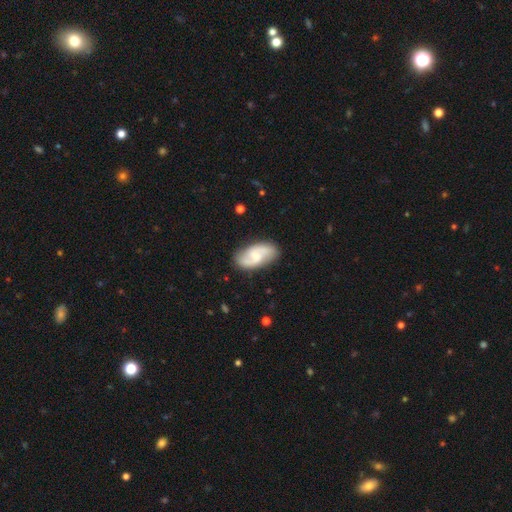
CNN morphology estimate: Smooth or featured?
  - featured or disk: 70% *
  - smooth: 24%
  - star or artifact: 5%
Edge-on disk?
  - no: 96% *
  - yes: 4%
Bar?
  - no: 46% *
  - weak: 45%
  - strong: 9%
Spiral arms?
  - yes: 91% *
  - no: 9%
Spiral winding?
  - medium: 42% *
  - loose: 40%
  - tight: 18%
Spiral arm count?
  - 2: 87% *
  - can't tell: 7%
  - 1: 2%
  - 3: 1%
  - 4: 1%
  - more than 4: 1%
Bulge size?
  - small: 52% *
  - moderate: 41%
  - none: 4%
  - large: 2%
  - dominant: 1%
Merging?
  - none: 81% *
  - minor disturbance: 14%
  - major disturbance: 4%
  - merger: 2%